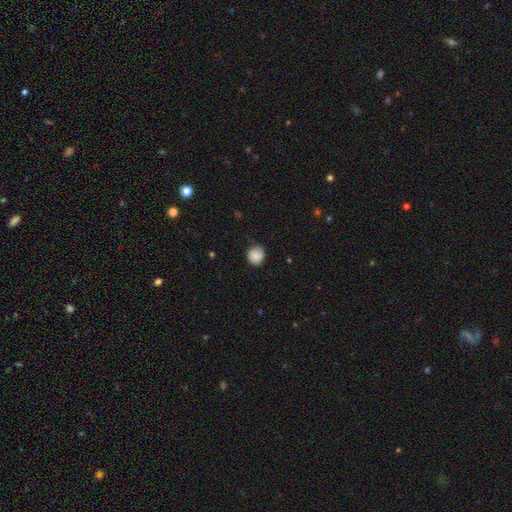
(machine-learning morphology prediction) Smooth or featured: smooth — 87% (star or artifact — 8%)
How rounded: round — 86% (in between — 13%)
Merging: none — 76% (minor disturbance — 19%)